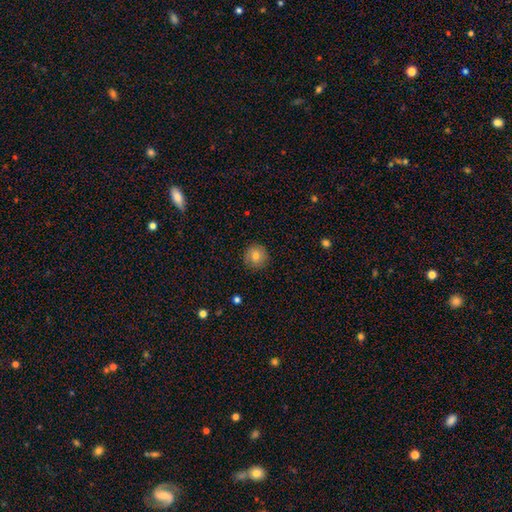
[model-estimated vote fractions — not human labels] Morphology: type=smooth (75%); roundness=round (93%); merging=none (86%).